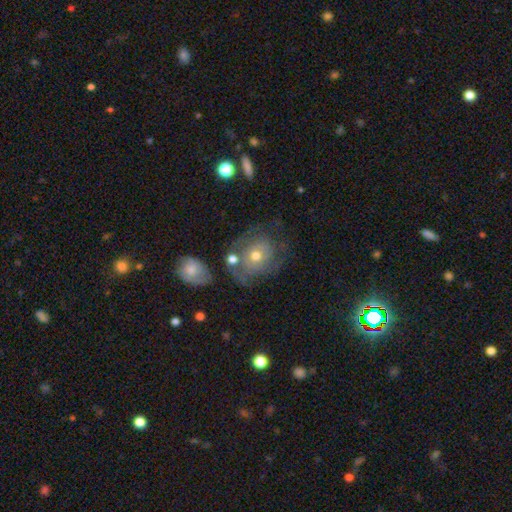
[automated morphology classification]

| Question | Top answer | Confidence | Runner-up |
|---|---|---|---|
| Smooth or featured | featured or disk | 53% | smooth (37%) |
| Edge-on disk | no | 96% | yes (4%) |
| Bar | no | 85% | weak (12%) |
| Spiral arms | yes | 62% | no (38%) |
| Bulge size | moderate | 62% | small (32%) |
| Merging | none | 47% | minor disturbance (21%) |